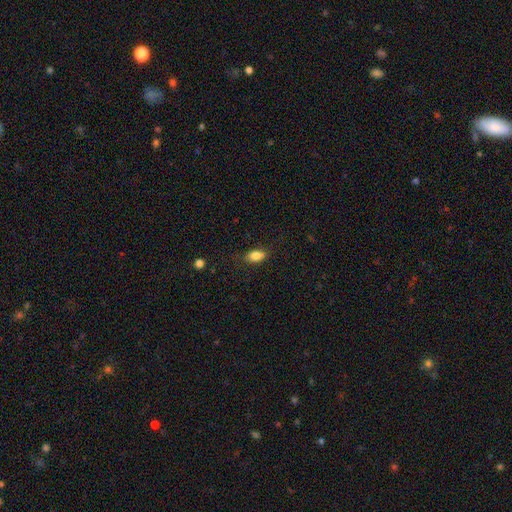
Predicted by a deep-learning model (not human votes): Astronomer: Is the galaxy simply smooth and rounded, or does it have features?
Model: smooth — 82%.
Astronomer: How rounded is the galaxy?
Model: in between — 86%.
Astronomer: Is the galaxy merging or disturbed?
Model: none — 78%.